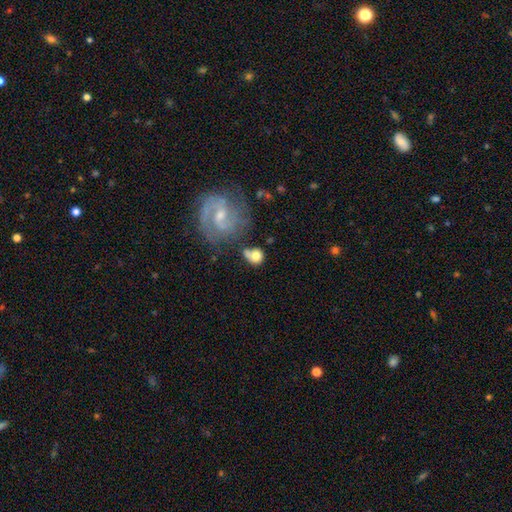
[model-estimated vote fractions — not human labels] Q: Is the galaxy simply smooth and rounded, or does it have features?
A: smooth — 66%.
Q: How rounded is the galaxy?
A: round — 70%.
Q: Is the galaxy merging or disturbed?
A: none — 45%.